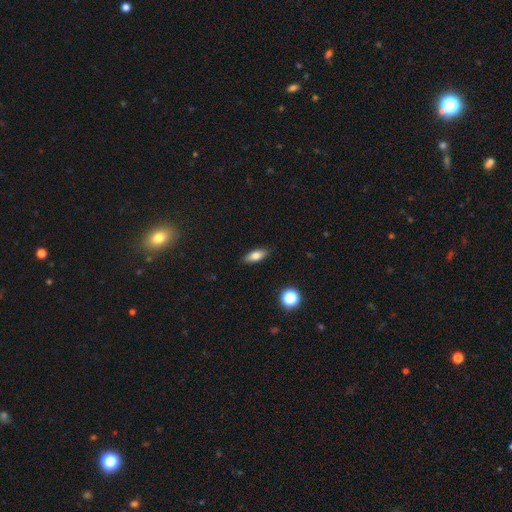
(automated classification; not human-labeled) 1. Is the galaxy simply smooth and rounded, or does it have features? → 78% smooth, 14% featured or disk, 9% star or artifact.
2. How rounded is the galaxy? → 79% in between, 16% cigar-shaped, 4% round.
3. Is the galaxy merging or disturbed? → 88% none, 9% minor disturbance, 2% major disturbance, 1% merger.